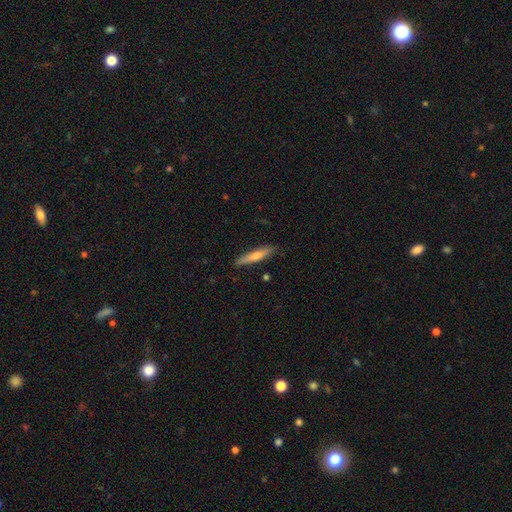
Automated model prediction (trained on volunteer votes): smooth_or_featured: smooth (p=0.59) [alt: featured or disk p=0.35]
how_rounded: cigar-shaped (p=0.91) [alt: in between p=0.07]
merging: none (p=0.88) [alt: minor disturbance p=0.09]